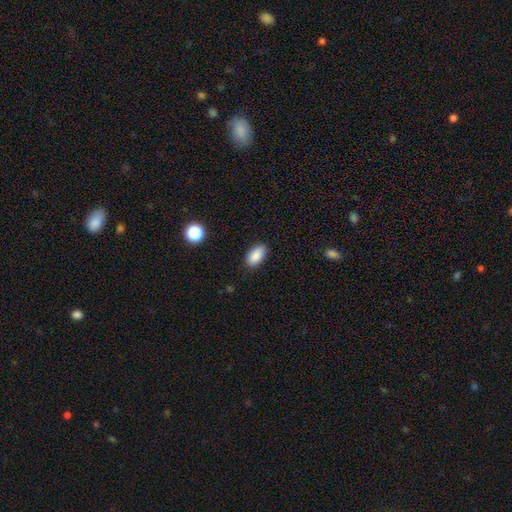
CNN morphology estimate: Smooth or featured?
  - smooth: 88% *
  - star or artifact: 8%
  - featured or disk: 4%
How rounded?
  - in between: 93% *
  - round: 4%
  - cigar-shaped: 3%
Merging?
  - none: 85% *
  - minor disturbance: 11%
  - major disturbance: 2%
  - merger: 1%